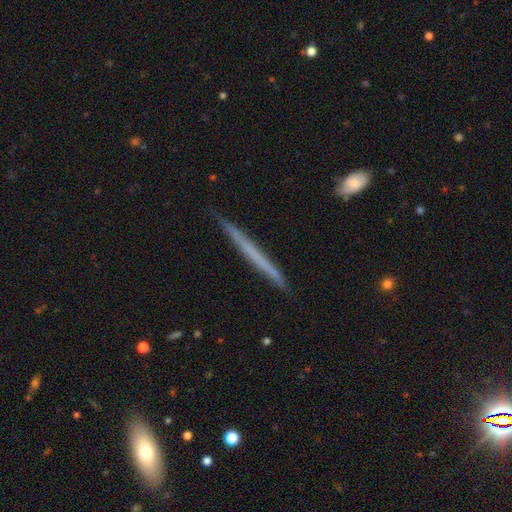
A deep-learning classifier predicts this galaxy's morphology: Overall: featured or disk (49%; smooth 43%). Merging: none (90%).